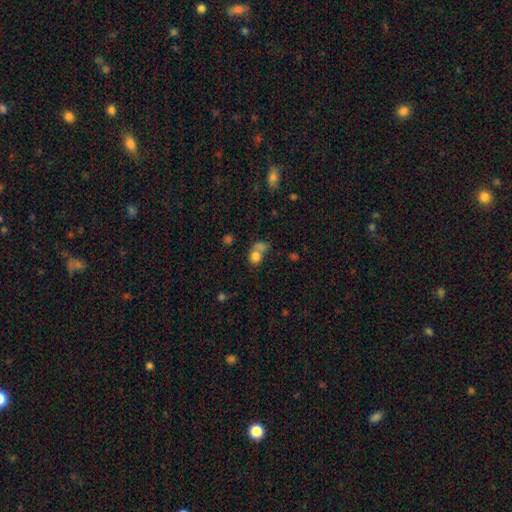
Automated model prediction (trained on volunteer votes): A smooth galaxy with no disk features (77%) that is round (64%).

Vote fractions:
- Smooth or featured? smooth: 77% / star or artifact: 12% / featured or disk: 11%
- How rounded? round: 64% / in between: 35% / cigar-shaped: 1%
- Merging? merger: 49% / none: 32% / minor disturbance: 10% / major disturbance: 9%